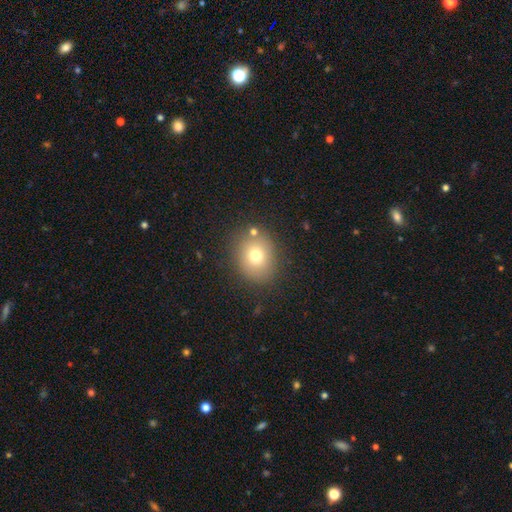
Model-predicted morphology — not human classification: This is likely a smooth galaxy (73%). How rounded: likely round (70%). Merging: clearly none (81%).